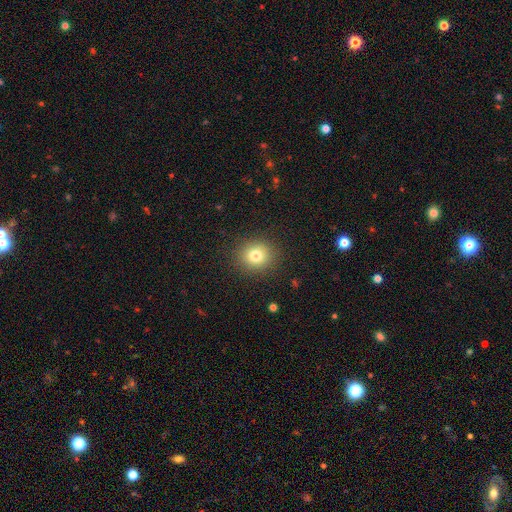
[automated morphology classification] smooth-or-featured: smooth: 79% | star or artifact: 13% | featured or disk: 8%
  how-rounded: round: 85% | in between: 14% | cigar-shaped: 1%
  merging: none: 90% | minor disturbance: 7% | major disturbance: 3% | merger: 1%